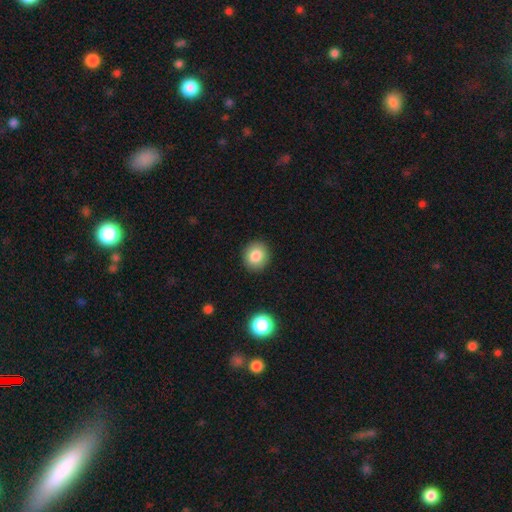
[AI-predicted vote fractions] Smooth or featured? smooth (84%)
How rounded? round (84%)
Merging? none (91%)